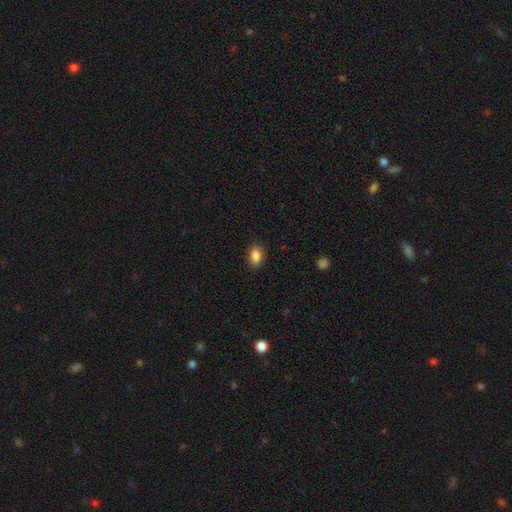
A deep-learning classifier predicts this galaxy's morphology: The model was most divided on "how rounded": in between: 84%, round: 14%, cigar-shaped: 2%. More confident: merging — none (87%); smooth or featured — smooth (87%).